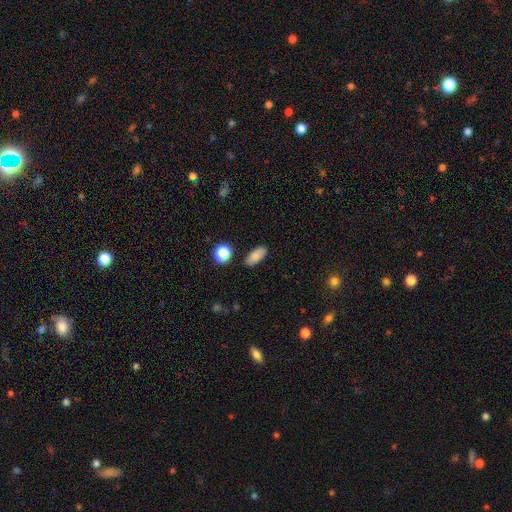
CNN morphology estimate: smooth-or-featured: smooth: 84% | star or artifact: 9% | featured or disk: 7%
  how-rounded: in between: 86% | cigar-shaped: 9% | round: 5%
  merging: none: 85% | minor disturbance: 10% | major disturbance: 2% | merger: 2%